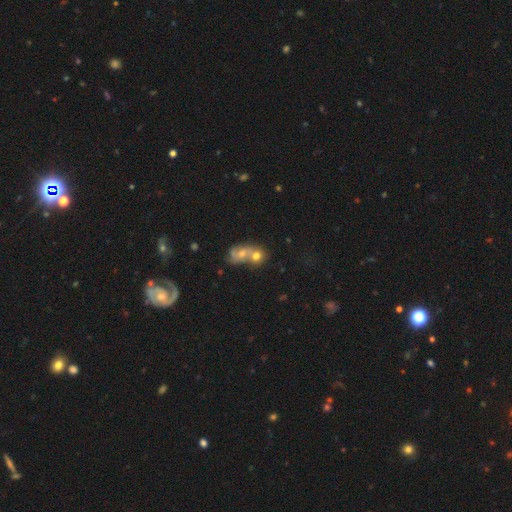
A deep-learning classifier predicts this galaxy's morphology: Smooth or featured: smooth — 54% (featured or disk — 34%)
How rounded: round — 58% (in between — 39%)
Merging: merger — 65% (none — 23%)